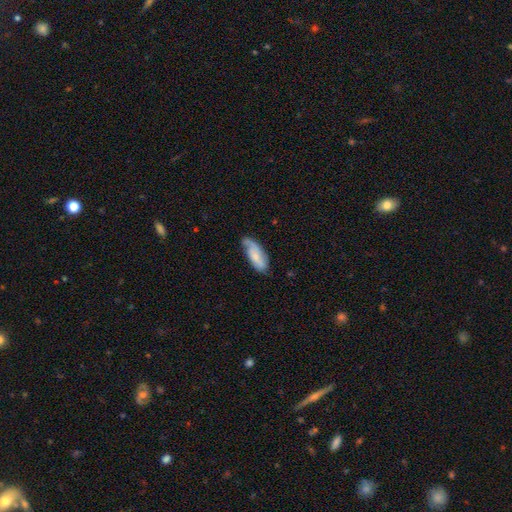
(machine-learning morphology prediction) A smooth galaxy with no disk features (53%) that is in between round and cigar-shaped (78%). Merging: none (56%).